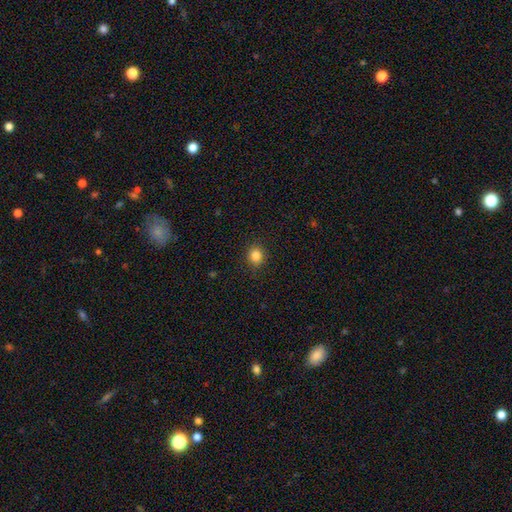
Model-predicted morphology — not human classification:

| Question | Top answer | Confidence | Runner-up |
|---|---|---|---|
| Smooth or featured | smooth | 84% | star or artifact (11%) |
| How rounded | round | 76% | in between (23%) |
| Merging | none | 90% | minor disturbance (7%) |